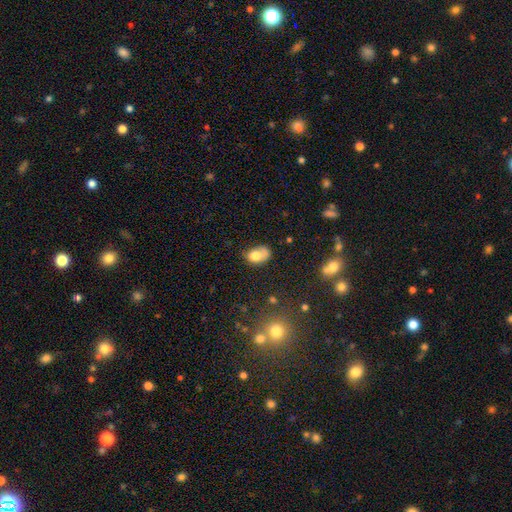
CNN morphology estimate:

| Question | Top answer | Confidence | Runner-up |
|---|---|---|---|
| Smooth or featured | smooth | 73% | featured or disk (17%) |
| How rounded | in between | 75% | round (24%) |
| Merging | none | 39% | minor disturbance (31%) |